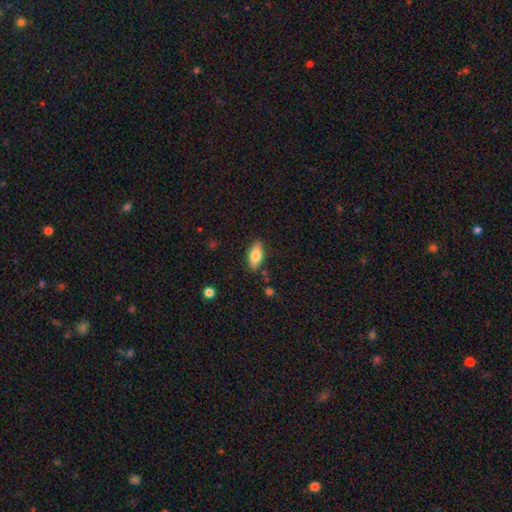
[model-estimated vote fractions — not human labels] This appears to be a smooth galaxy with no disk features (76%) that is in between round and cigar-shaped (85%). Merging: none (85%).